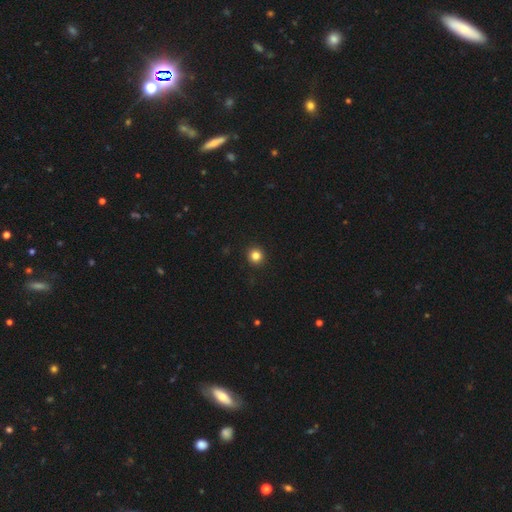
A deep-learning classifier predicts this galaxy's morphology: smooth-or-featured: smooth: 83% | star or artifact: 12% | featured or disk: 4%
  how-rounded: round: 94% | in between: 5% | cigar-shaped: 1%
  merging: none: 93% | minor disturbance: 4% | major disturbance: 2% | merger: 1%